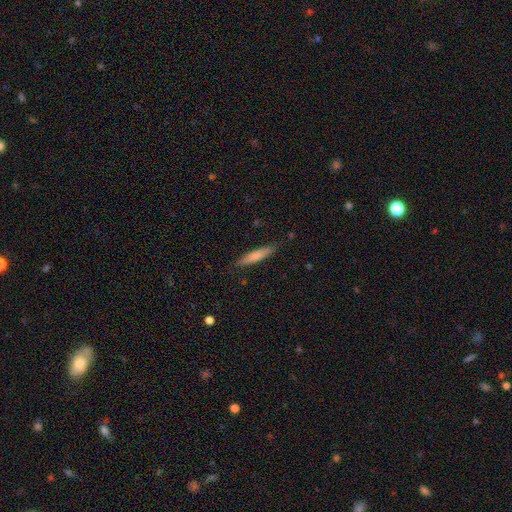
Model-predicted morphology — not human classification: The model was most divided on "smooth or featured": smooth: 72%, featured or disk: 22%, star or artifact: 6%. More confident: how rounded — cigar-shaped (89%); merging — none (86%).